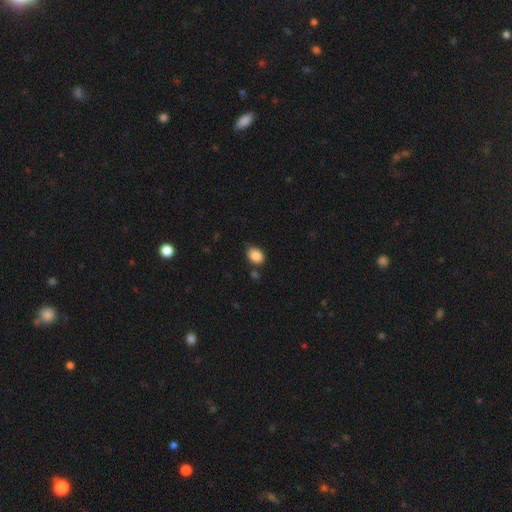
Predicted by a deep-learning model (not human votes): smooth-or-featured: smooth: 87% | star or artifact: 8% | featured or disk: 4%
  how-rounded: in between: 69% | round: 30% | cigar-shaped: 1%
  merging: none: 78% | minor disturbance: 14% | merger: 5% | major disturbance: 3%